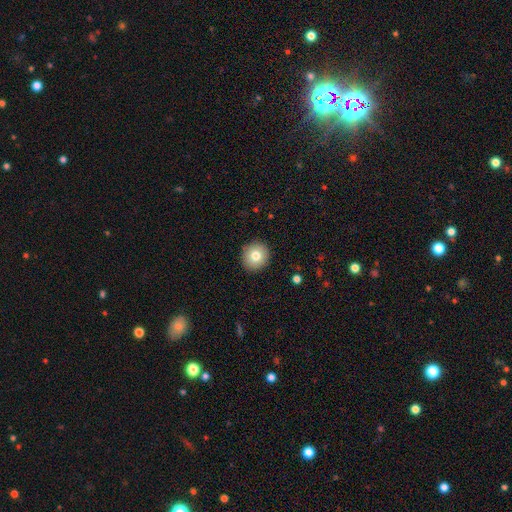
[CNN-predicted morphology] smooth_or_featured: smooth (p=0.79) [alt: featured or disk p=0.12]
how_rounded: round (p=0.92) [alt: in between p=0.07]
merging: none (p=0.92) [alt: minor disturbance p=0.06]